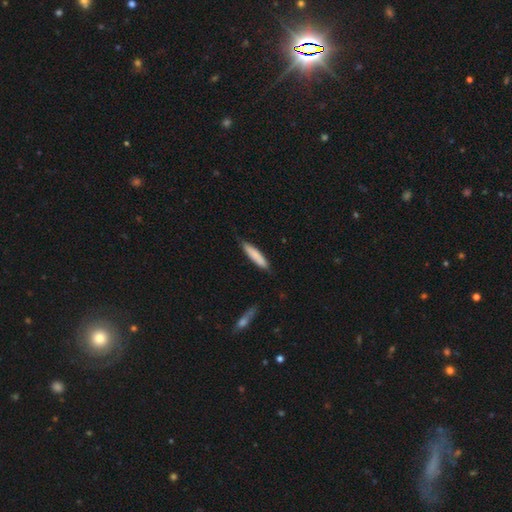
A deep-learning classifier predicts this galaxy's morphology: Overall: smooth (80%). How rounded: cigar-shaped (84%). Merging: none (81%).